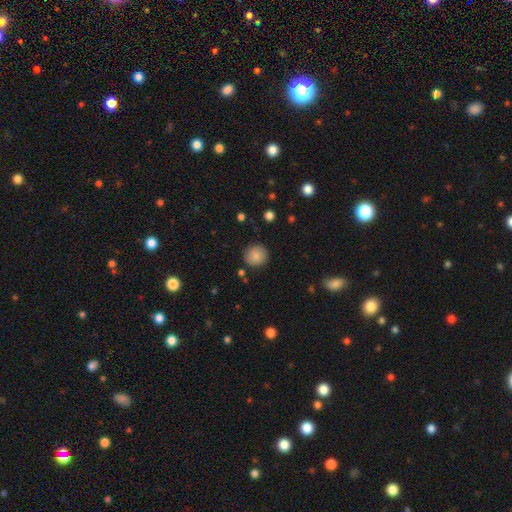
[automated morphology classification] The model was most divided on "smooth or featured": smooth: 85%, star or artifact: 9%, featured or disk: 7%. More confident: how rounded — round (92%); merging — none (88%).